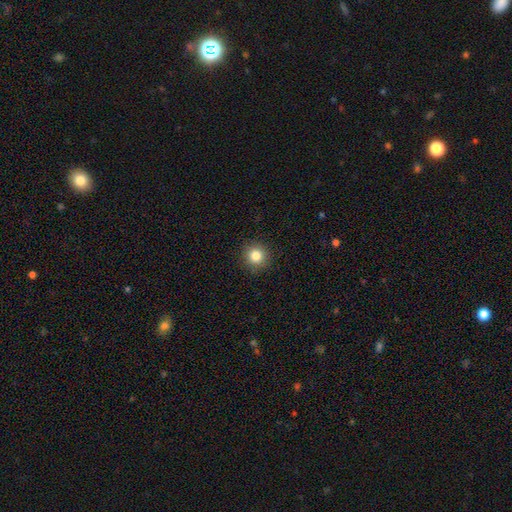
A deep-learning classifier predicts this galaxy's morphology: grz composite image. It shows a smooth galaxy with no disk features (83%) that is round (93%). Merging: none (91%).